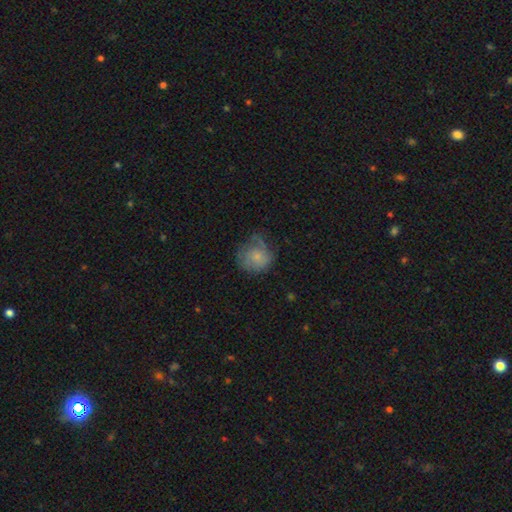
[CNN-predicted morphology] This is likely a smooth galaxy (60%). How rounded: clearly round (80%). Merging: possibly none (48%).